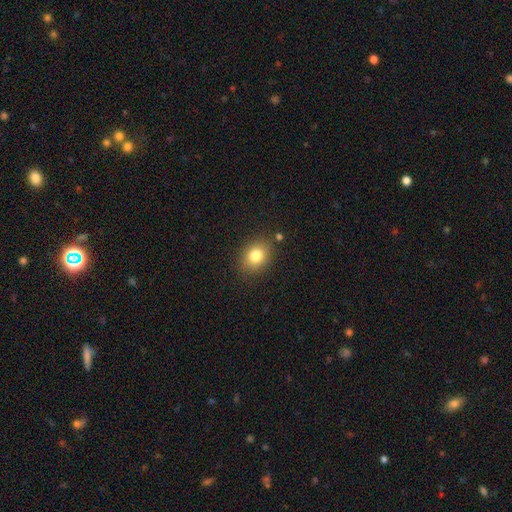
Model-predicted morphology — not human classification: This appears to be a smooth galaxy with no disk features (80%) that is round (55%). Merging: none (84%).